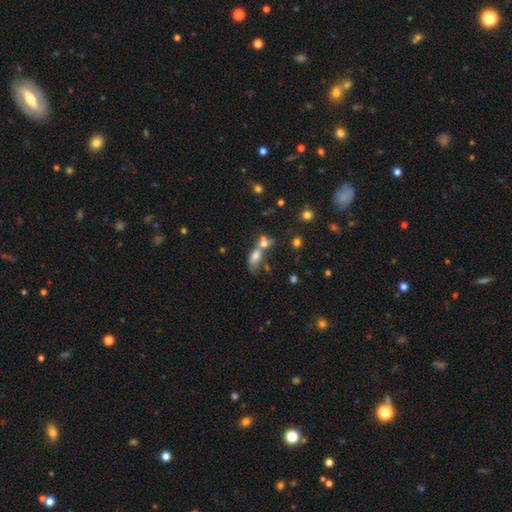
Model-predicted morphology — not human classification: smooth 68%, featured or disk 19%, star or artifact 13%. Down the decision tree: how rounded — in between (79%); merging — merger (58%).